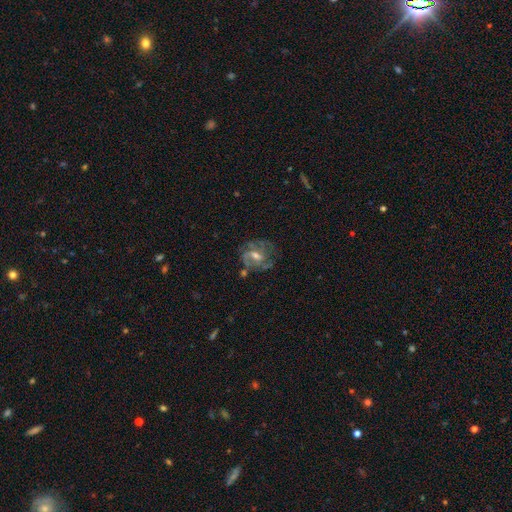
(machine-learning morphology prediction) Smooth or featured?
  - featured or disk: 76% *
  - smooth: 14%
  - star or artifact: 9%
Edge-on disk?
  - no: 97% *
  - yes: 3%
Bar?
  - weak: 50% *
  - no: 32%
  - strong: 19%
Spiral arms?
  - yes: 86% *
  - no: 14%
Spiral winding?
  - medium: 44% *
  - tight: 40%
  - loose: 16%
Spiral arm count?
  - 2: 38% *
  - can't tell: 27%
  - 3: 21%
  - 1: 5%
  - 4: 5%
  - more than 4: 3%
Bulge size?
  - moderate: 59% *
  - small: 32%
  - large: 5%
  - none: 3%
  - dominant: 1%
Merging?
  - none: 63% *
  - minor disturbance: 19%
  - major disturbance: 13%
  - merger: 5%